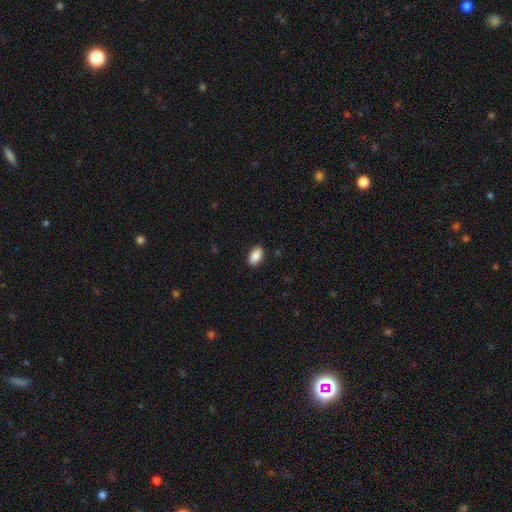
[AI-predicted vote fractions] This is clearly a smooth galaxy (87%). How rounded: clearly in between (92%). Merging: clearly none (88%).